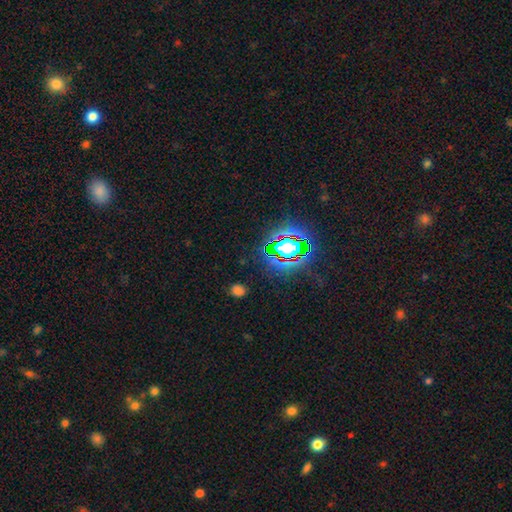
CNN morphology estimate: A star or artifact, not a galaxy (79%).

Vote fractions:
- Smooth or featured? star or artifact: 79% / smooth: 13% / featured or disk: 8%